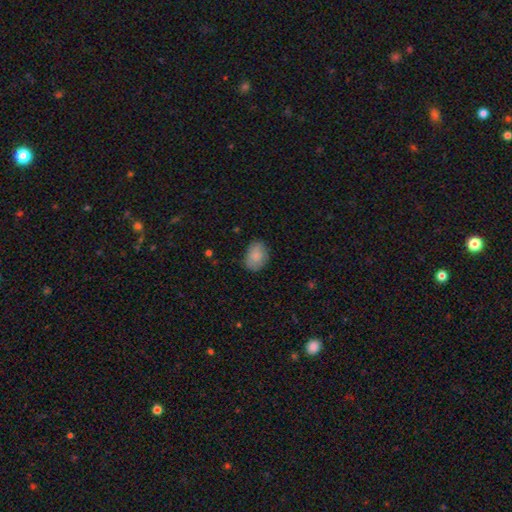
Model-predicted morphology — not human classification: The model was most divided on "how rounded": in between: 76%, round: 23%, cigar-shaped: 1%. More confident: smooth or featured — smooth (85%); merging — none (77%).